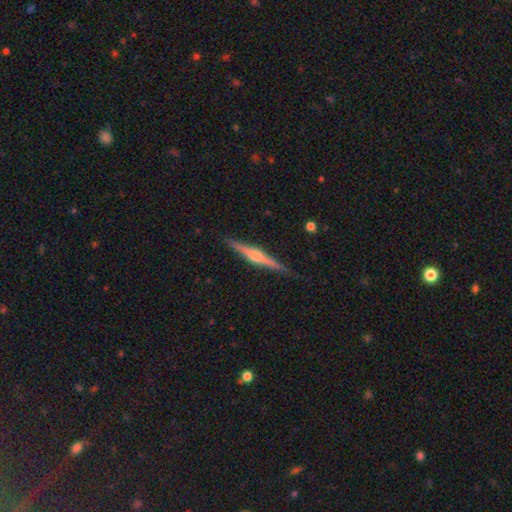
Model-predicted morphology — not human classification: This appears to be a featured or disk galaxy (76%) viewed edge-on (98%) with a rounded central bulge (84%). Merging: none (88%).